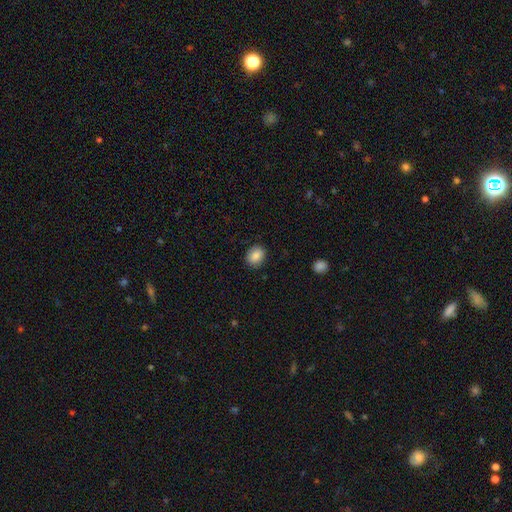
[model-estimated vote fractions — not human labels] This is clearly a smooth galaxy (87%). How rounded: possibly in between (54%). Merging: clearly none (86%).